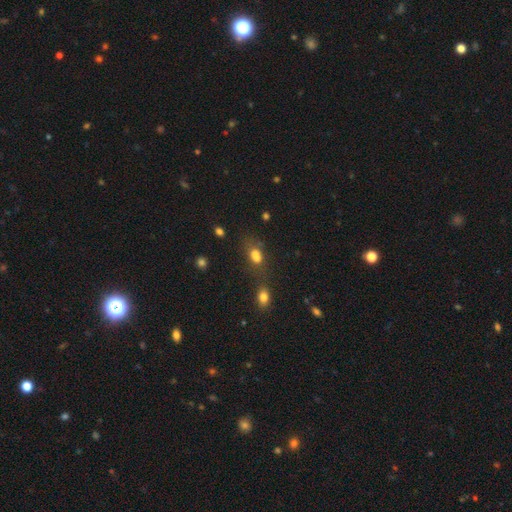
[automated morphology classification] Overall: smooth (73%). How rounded: in between (76%). Merging: none (43%; merger 30%).